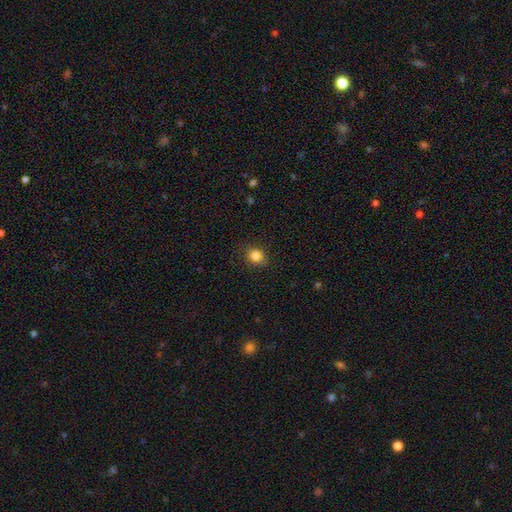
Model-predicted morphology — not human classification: smooth-or-featured: smooth: 85% | star or artifact: 11% | featured or disk: 4%
  how-rounded: round: 76% | in between: 23% | cigar-shaped: 1%
  merging: none: 87% | minor disturbance: 9% | major disturbance: 3% | merger: 1%